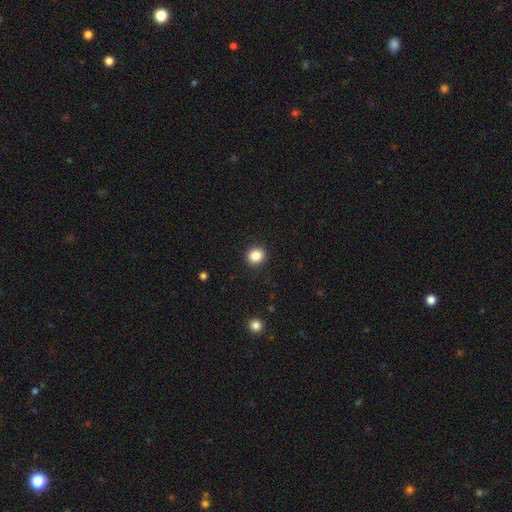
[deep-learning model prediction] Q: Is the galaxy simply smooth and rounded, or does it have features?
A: smooth — 86%.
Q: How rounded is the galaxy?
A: round — 83%.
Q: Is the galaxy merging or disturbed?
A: none — 91%.